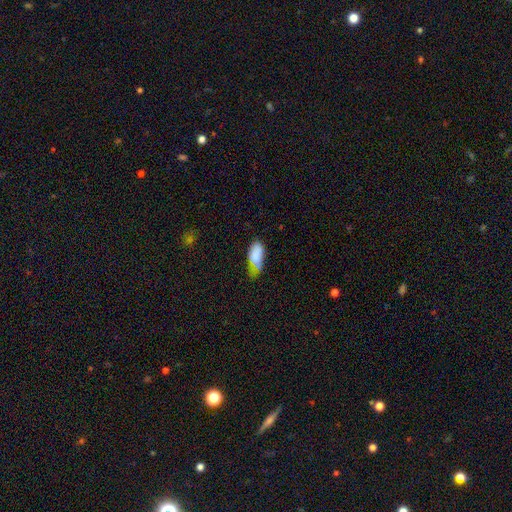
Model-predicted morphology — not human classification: smooth 82%, featured or disk 10%, star or artifact 8%. Down the decision tree: how rounded — in between (89%); merging — minor disturbance (42%).